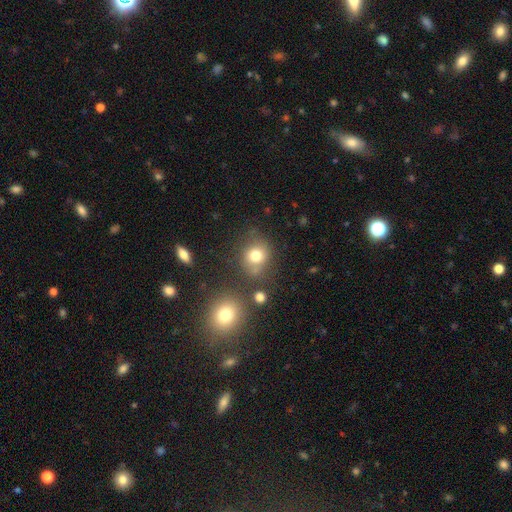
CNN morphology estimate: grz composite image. It shows a smooth galaxy with no disk features (75%) that is round (75%). Merging: none (68%).